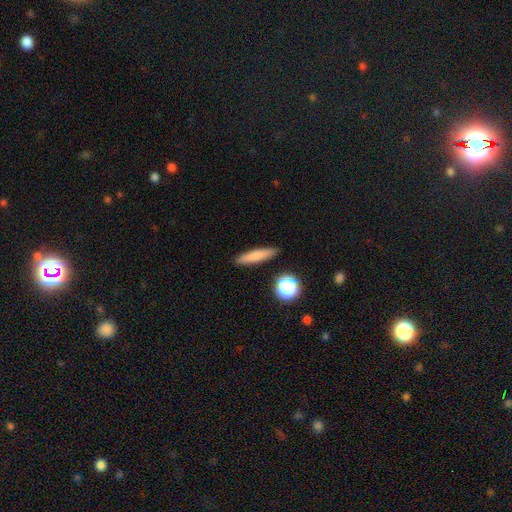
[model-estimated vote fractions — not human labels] Smooth or featured?
  - smooth: 77% *
  - featured or disk: 14%
  - star or artifact: 9%
How rounded?
  - cigar-shaped: 80% *
  - in between: 16%
  - round: 4%
Merging?
  - none: 88% *
  - minor disturbance: 8%
  - major disturbance: 2%
  - merger: 2%